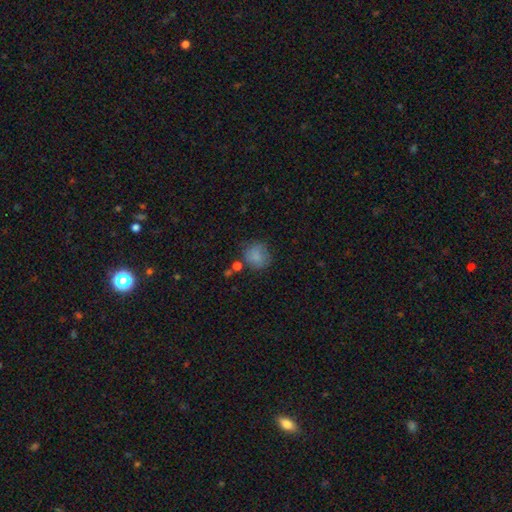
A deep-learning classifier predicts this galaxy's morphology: Overall: smooth (81%). How rounded: round (83%). Merging: none (66%).